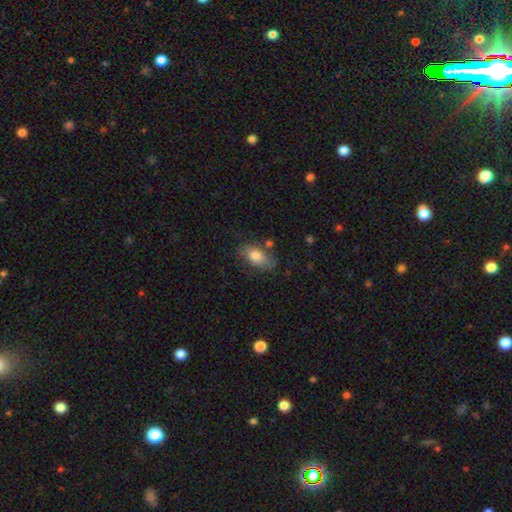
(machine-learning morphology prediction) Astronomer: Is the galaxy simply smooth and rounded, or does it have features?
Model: smooth — 77%.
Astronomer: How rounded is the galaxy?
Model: in between — 89%.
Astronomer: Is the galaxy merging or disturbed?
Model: none — 67%.